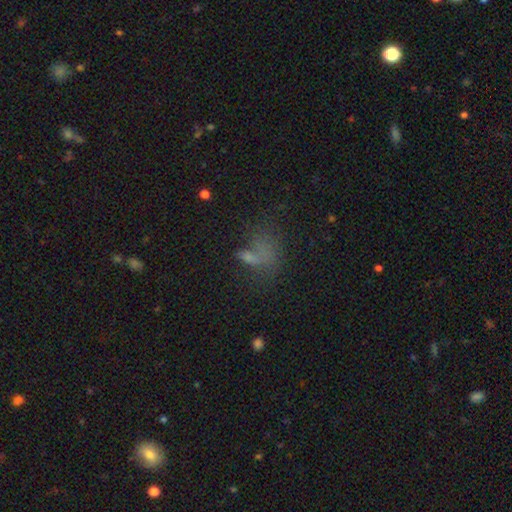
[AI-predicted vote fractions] smooth 50%, star or artifact 27%, featured or disk 23%. Down the decision tree: how rounded — in between (75%); merging — major disturbance (35%).